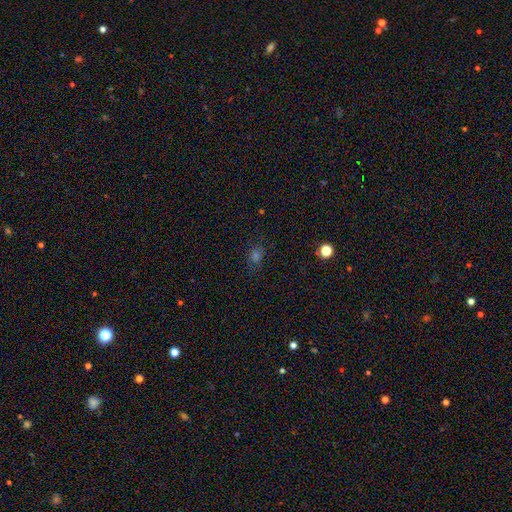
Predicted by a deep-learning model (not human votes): This is possibly a smooth galaxy (54%). How rounded: possibly in between (52%). Merging: likely none (79%).